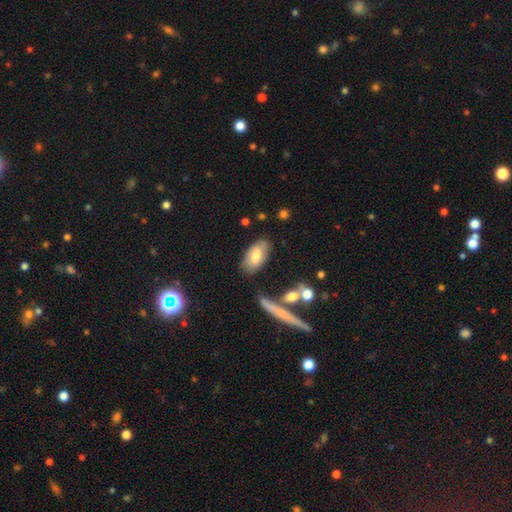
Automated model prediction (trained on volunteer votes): A smooth galaxy with no disk features (71%) that is in between round and cigar-shaped (92%). Merging: none (75%).